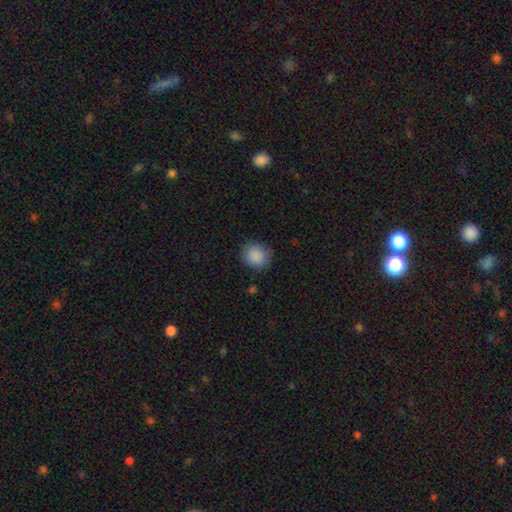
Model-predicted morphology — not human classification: This is clearly a smooth galaxy (89%). How rounded: clearly round (81%). Merging: clearly none (85%).